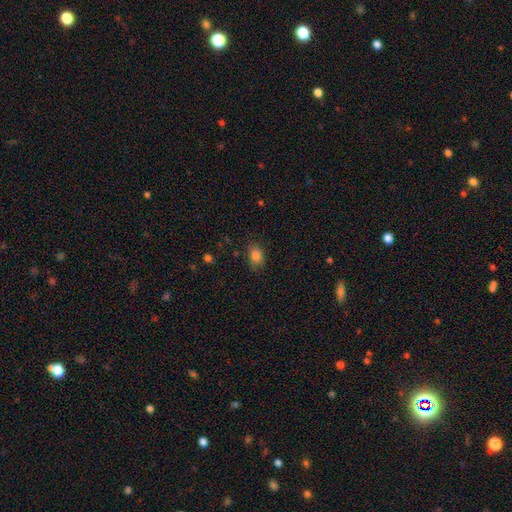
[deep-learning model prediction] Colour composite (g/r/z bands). It shows a smooth galaxy with no disk features (82%) that is in between round and cigar-shaped (73%). Merging: none (79%).